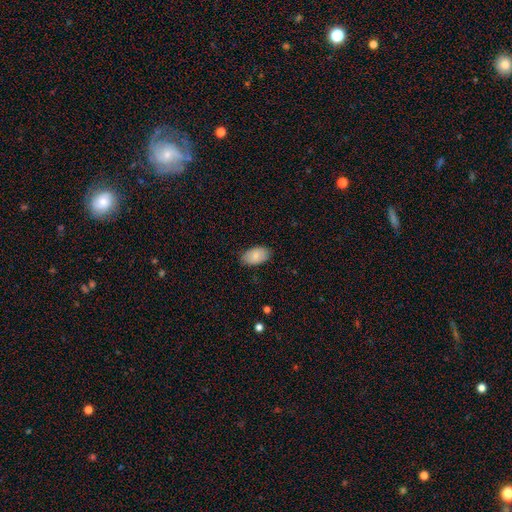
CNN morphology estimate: Smooth or featured: smooth — 82% (featured or disk — 11%)
How rounded: in between — 94% (round — 4%)
Merging: none — 84% (minor disturbance — 13%)